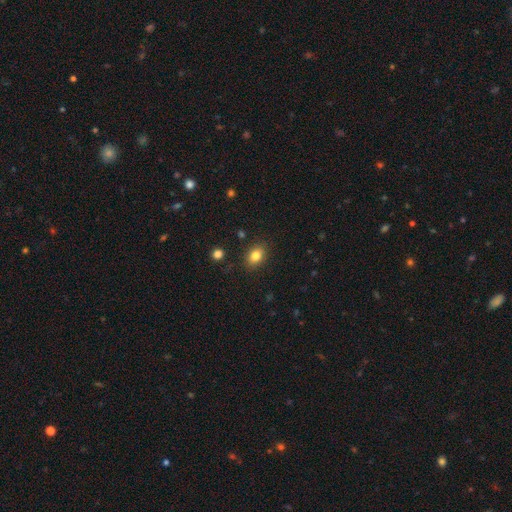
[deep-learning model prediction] smooth 83%, star or artifact 10%, featured or disk 7%. Down the decision tree: how rounded — in between (68%); merging — none (86%).